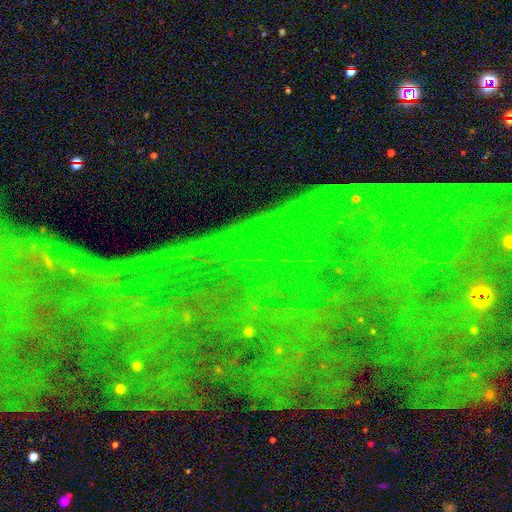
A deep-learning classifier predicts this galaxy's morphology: star or artifact 85%, featured or disk 9%, smooth 6%.